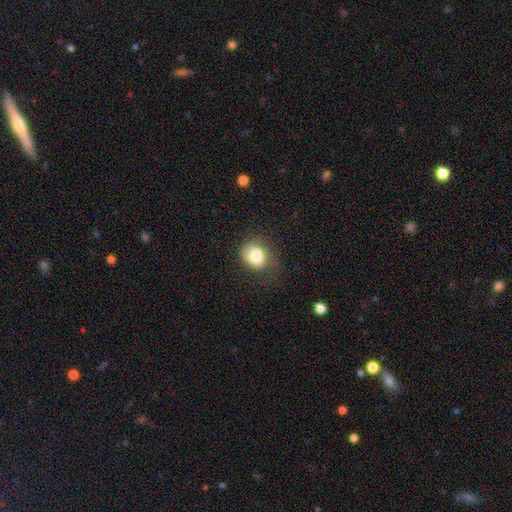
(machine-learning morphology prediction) This appears to be a smooth galaxy with no disk features (81%) that is round (56%). Merging: none (52%).